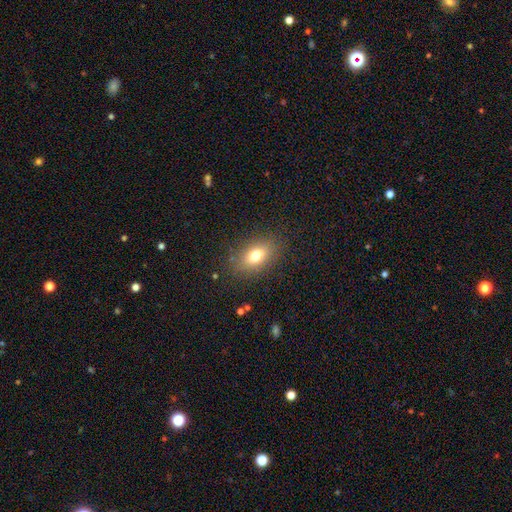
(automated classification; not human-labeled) This appears to be a smooth galaxy with no disk features (75%) that is in between round and cigar-shaped (81%). Merging: none (85%).